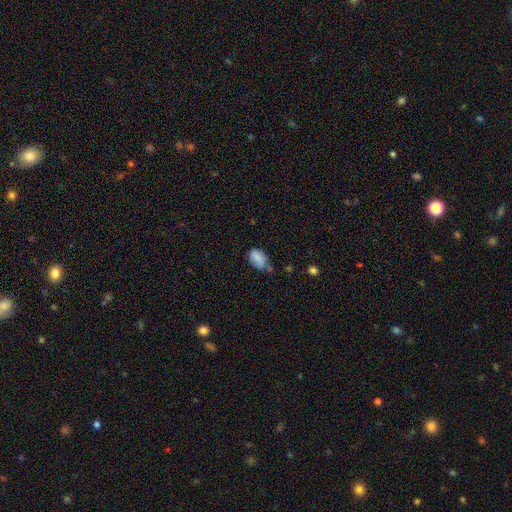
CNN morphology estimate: A smooth galaxy with no disk features (83%) that is in between round and cigar-shaped (88%). Merging: none (50%).